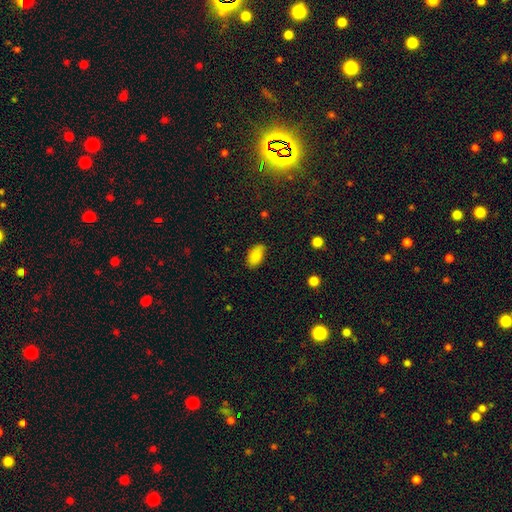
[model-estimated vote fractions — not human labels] Smooth or featured? Predicted: smooth (p=0.85). How rounded? Predicted: in between (p=0.93). Merging? Predicted: none (p=0.76).